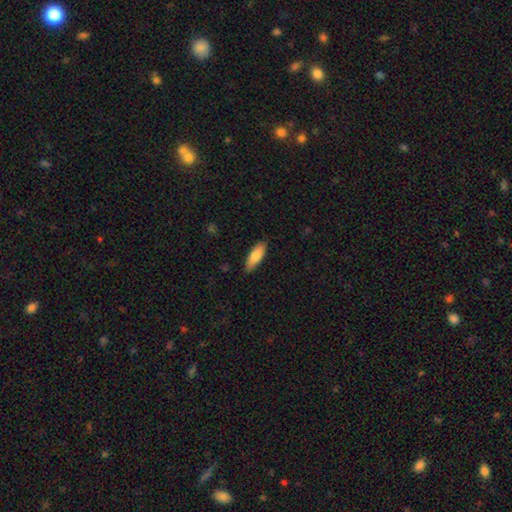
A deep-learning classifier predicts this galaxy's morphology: smooth 85%, featured or disk 10%, star or artifact 6%. Down the decision tree: how rounded — in between (61%); merging — none (84%).